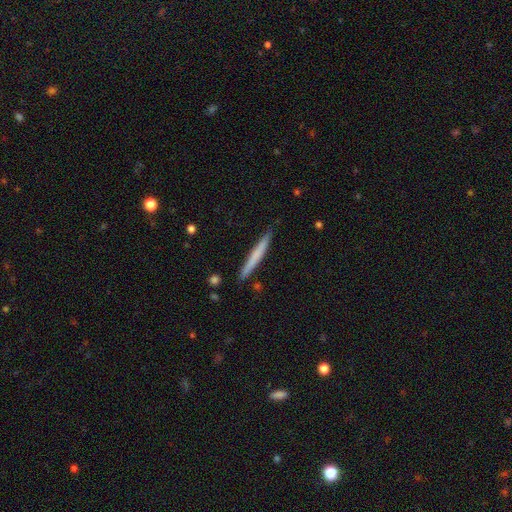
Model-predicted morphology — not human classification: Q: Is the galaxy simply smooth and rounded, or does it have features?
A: smooth — 61%.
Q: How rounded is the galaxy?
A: cigar-shaped — 97%.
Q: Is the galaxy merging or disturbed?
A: none — 88%.